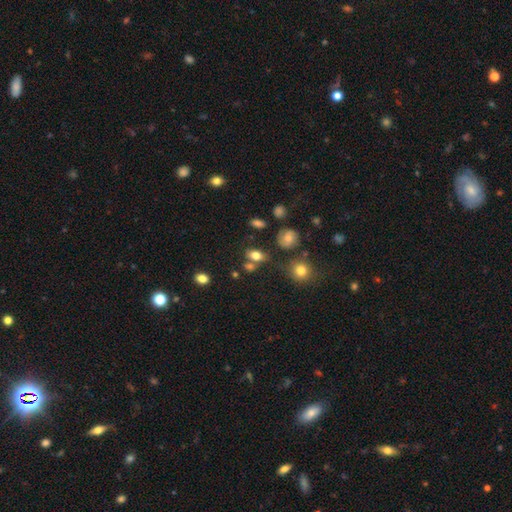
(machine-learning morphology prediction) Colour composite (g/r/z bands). It shows a smooth galaxy with no disk features (74%) that is in between round and cigar-shaped (79%). Merging: none (59%).